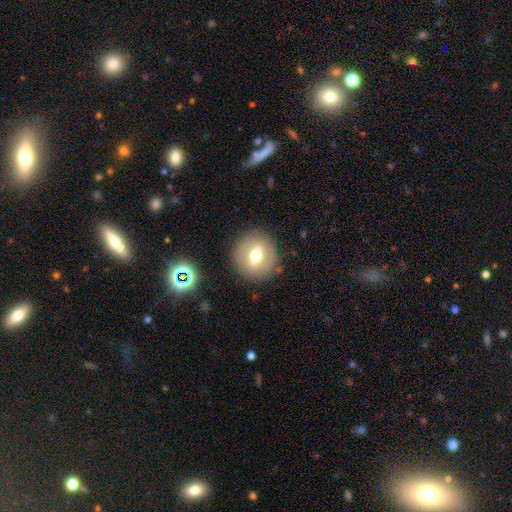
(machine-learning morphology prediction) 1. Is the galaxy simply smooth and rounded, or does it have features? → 59% smooth, 31% featured or disk, 10% star or artifact.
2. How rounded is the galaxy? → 87% round, 12% in between, 1% cigar-shaped.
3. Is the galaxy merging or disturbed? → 86% none, 8% minor disturbance, 4% major disturbance, 2% merger.